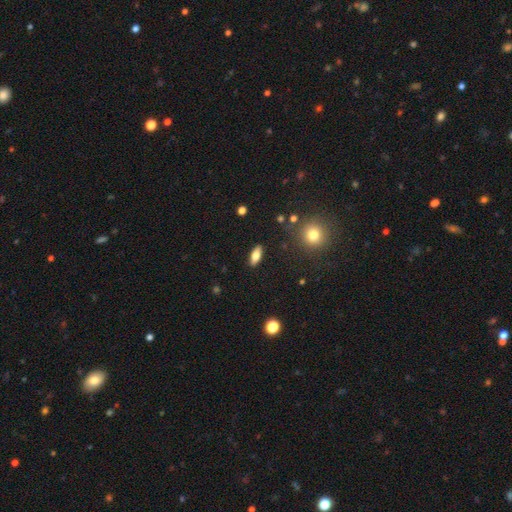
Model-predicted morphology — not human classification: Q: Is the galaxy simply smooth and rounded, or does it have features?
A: smooth — 69%.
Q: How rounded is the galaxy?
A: in between — 74%.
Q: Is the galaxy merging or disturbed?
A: none — 88%.